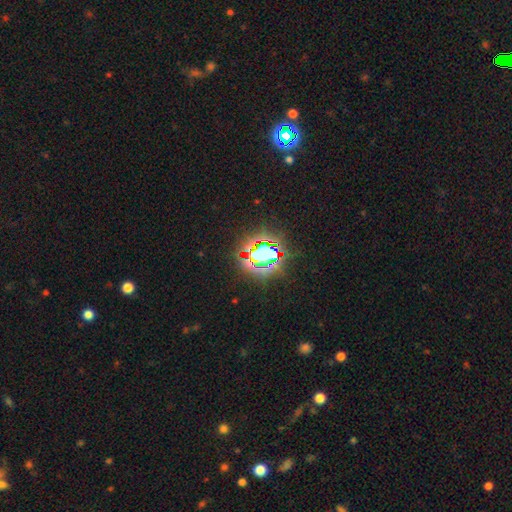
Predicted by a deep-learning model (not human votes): smooth_or_featured: star or artifact (p=0.68) [alt: smooth p=0.19]